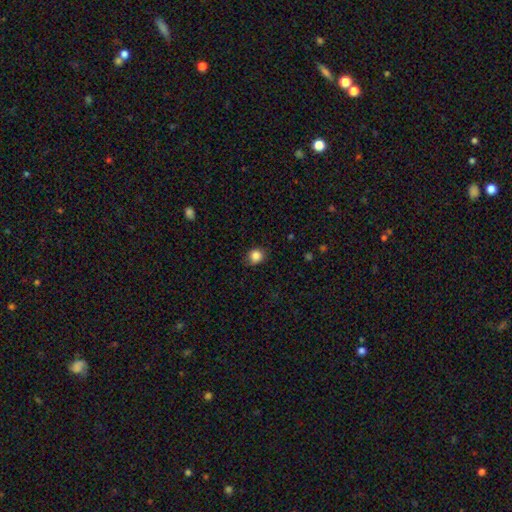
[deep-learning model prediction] Smooth or featured? smooth (85%)
How rounded? round (78%)
Merging? none (84%)